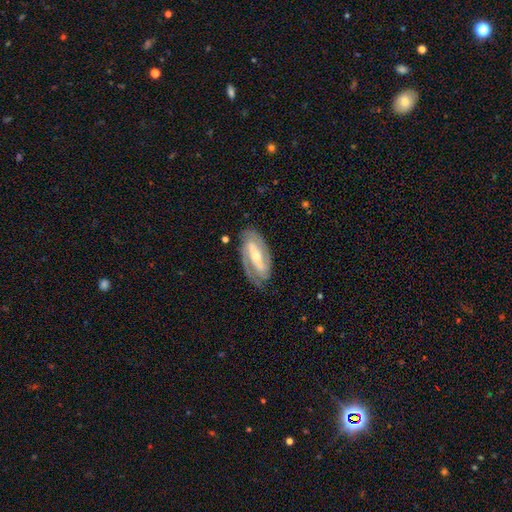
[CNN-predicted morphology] smooth_or_featured: featured or disk (p=0.85) [alt: smooth p=0.10]
disk_edge_on: no (p=0.93) [alt: yes p=0.07]
bar: strong (p=0.64) [alt: weak p=0.24]
has_spiral_arms: yes (p=0.93) [alt: no p=0.07]
spiral_winding: tight (p=0.44) [alt: medium p=0.41]
spiral_arm_count: 2 (p=0.86) [alt: can't tell p=0.07]
bulge_size: small (p=0.50) [alt: moderate p=0.46]
merging: none (p=0.80) [alt: minor disturbance p=0.14]